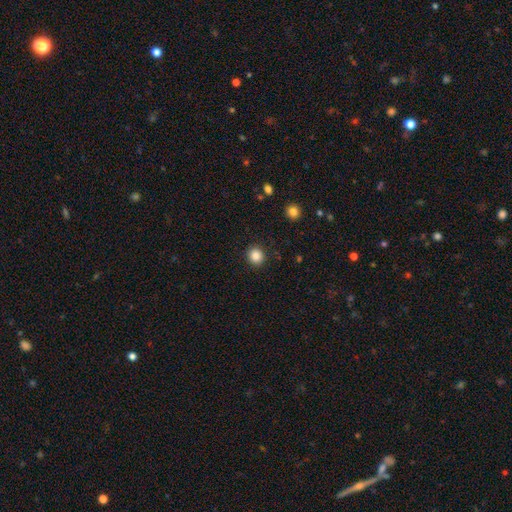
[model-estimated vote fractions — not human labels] Smooth or featured?
  - smooth: 86% *
  - star or artifact: 10%
  - featured or disk: 4%
How rounded?
  - round: 87% *
  - in between: 13%
  - cigar-shaped: 1%
Merging?
  - none: 91% *
  - minor disturbance: 6%
  - major disturbance: 2%
  - merger: 1%